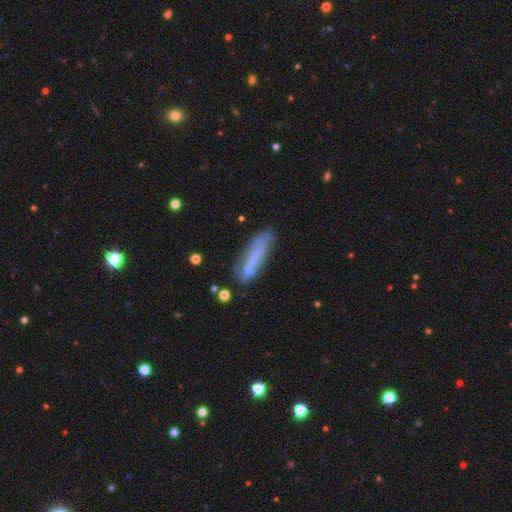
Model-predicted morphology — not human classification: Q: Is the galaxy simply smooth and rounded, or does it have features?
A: smooth — 58%.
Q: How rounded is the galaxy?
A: cigar-shaped — 73%.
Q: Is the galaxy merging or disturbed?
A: none — 65%.